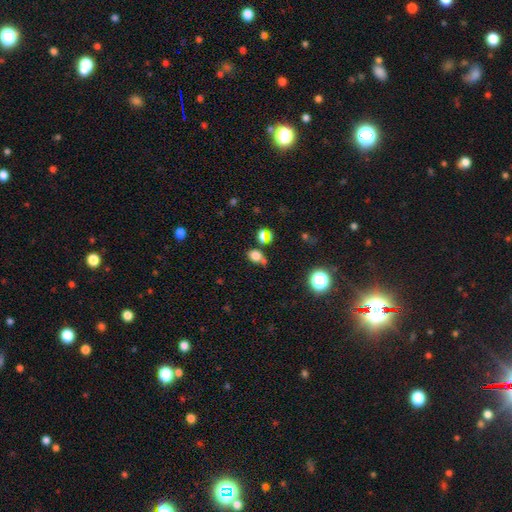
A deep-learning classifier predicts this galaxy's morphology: Smooth or featured: smooth — 73% (star or artifact — 19%)
How rounded: in between — 57% (round — 42%)
Merging: none — 54% (merger — 20%)